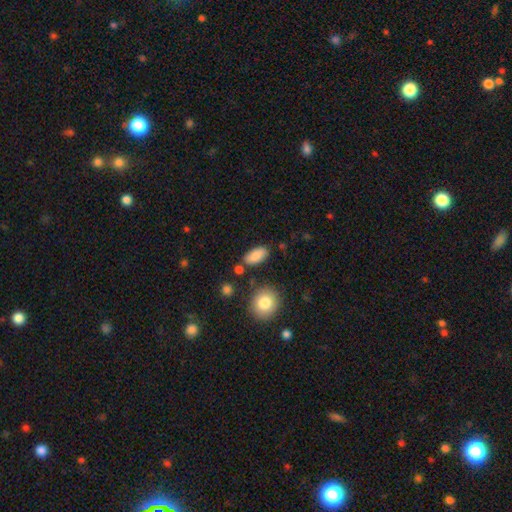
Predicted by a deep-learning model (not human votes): This is clearly a smooth galaxy (86%). How rounded: clearly in between (91%). Merging: likely none (80%).